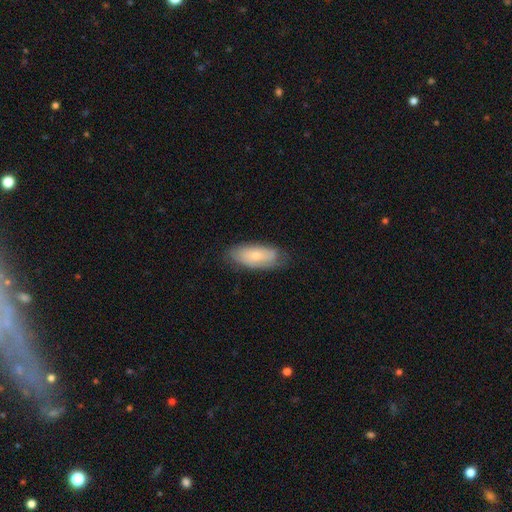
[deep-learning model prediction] A smooth galaxy with no disk features (61%) that is in between round and cigar-shaped (83%). Merging: none (71%).